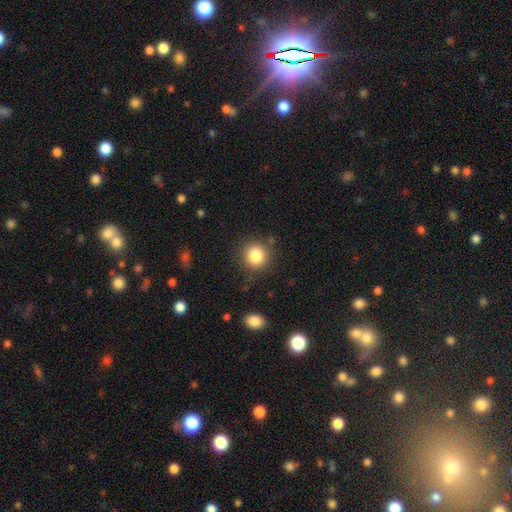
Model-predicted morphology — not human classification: The model was most divided on "smooth or featured": smooth: 84%, star or artifact: 10%, featured or disk: 6%. More confident: how rounded — round (89%); merging — none (84%).